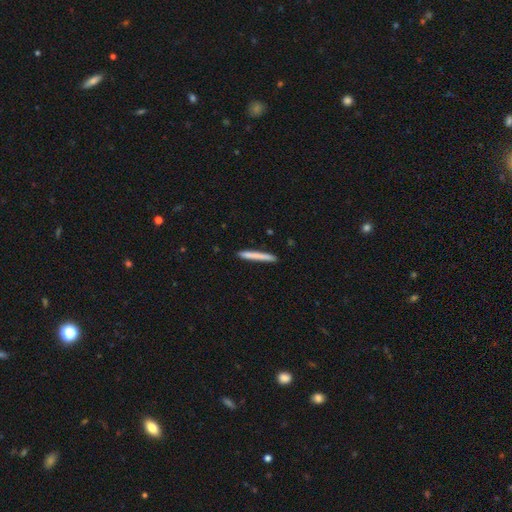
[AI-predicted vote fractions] Smooth or featured? Predicted: smooth (p=0.76). How rounded? Predicted: cigar-shaped (p=0.97). Merging? Predicted: none (p=0.91).